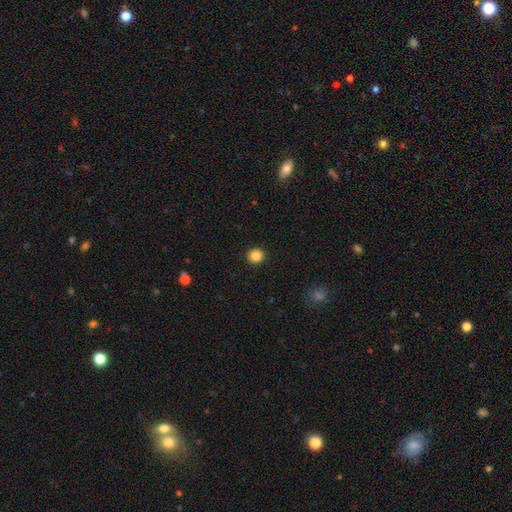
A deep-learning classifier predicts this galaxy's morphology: Smooth or featured? smooth (85%)
How rounded? round (93%)
Merging? none (93%)